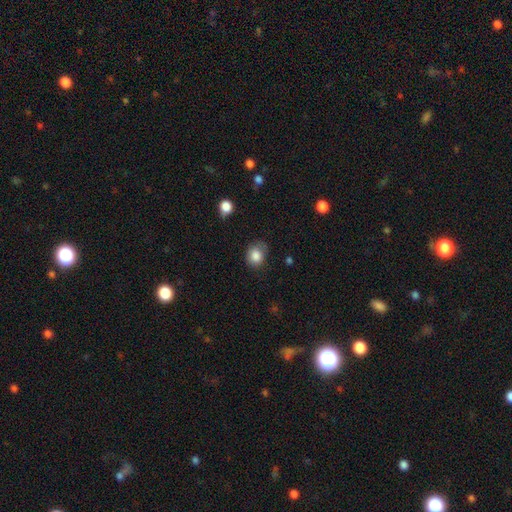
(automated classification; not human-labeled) The model was most divided on "how rounded": round: 61%, in between: 38%, cigar-shaped: 1%. More confident: smooth or featured — smooth (84%); merging — none (62%).